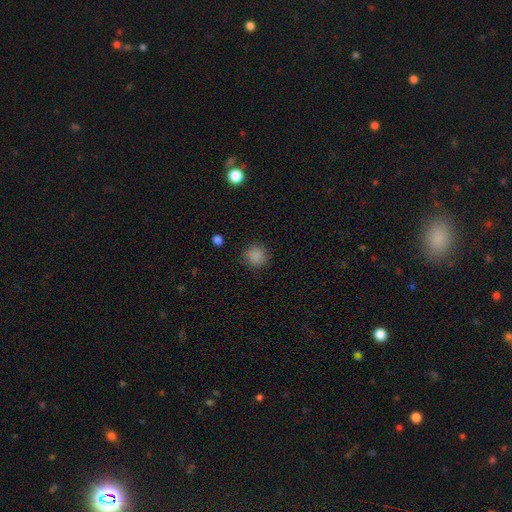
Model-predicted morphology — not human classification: type=smooth (86%); roundness=round (90%); merging=none (86%).